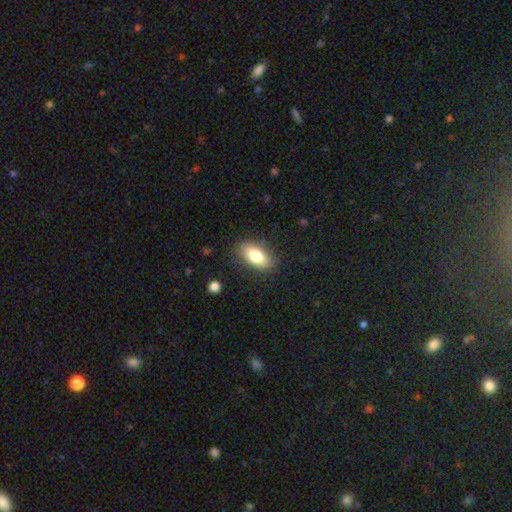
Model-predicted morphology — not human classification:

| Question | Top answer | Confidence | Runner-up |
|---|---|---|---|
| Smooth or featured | smooth | 78% | featured or disk (14%) |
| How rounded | in between | 88% | cigar-shaped (7%) |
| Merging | none | 84% | minor disturbance (11%) |